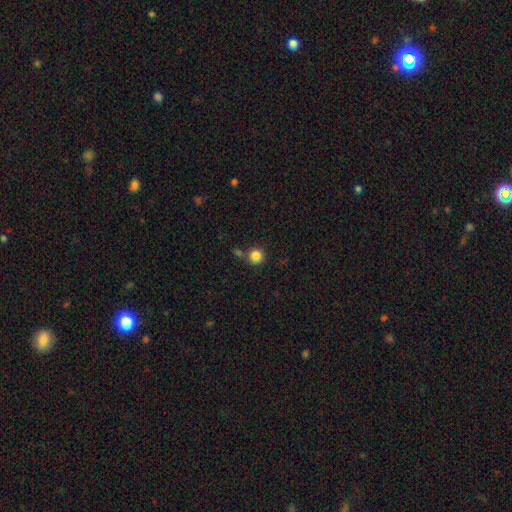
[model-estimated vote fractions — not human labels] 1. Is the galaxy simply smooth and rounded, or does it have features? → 85% smooth, 11% star or artifact, 4% featured or disk.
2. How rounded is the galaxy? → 94% round, 5% in between, 1% cigar-shaped.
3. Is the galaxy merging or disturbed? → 76% none, 13% merger, 9% minor disturbance, 3% major disturbance.